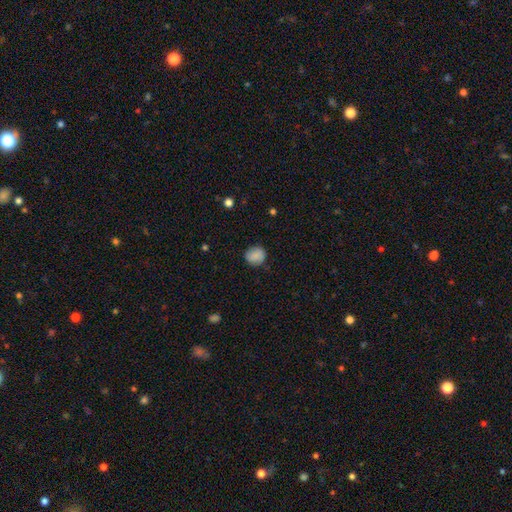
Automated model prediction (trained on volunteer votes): This is clearly a smooth galaxy (85%). How rounded: likely round (77%). Merging: clearly none (80%).